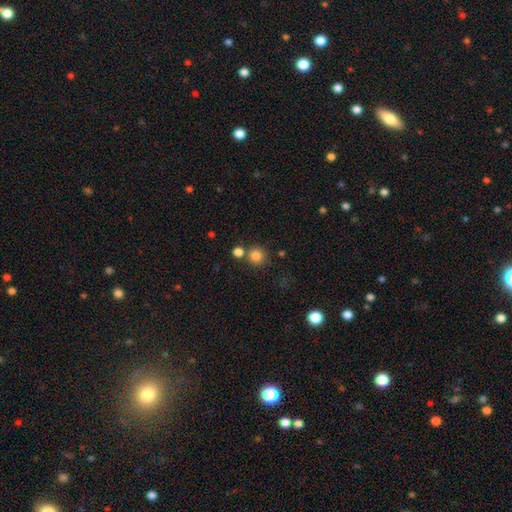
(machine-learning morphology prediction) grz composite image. It shows a smooth galaxy with no disk features (83%) that is round (94%). Merging: none (74%).